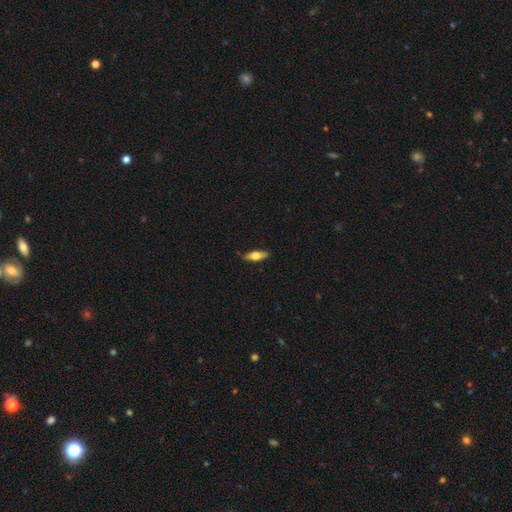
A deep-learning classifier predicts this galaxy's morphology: A smooth galaxy with no disk features (58%) that is in between round and cigar-shaped (58%).

Vote fractions:
- Smooth or featured? smooth: 58% / featured or disk: 36% / star or artifact: 6%
- How rounded? in between: 58% / cigar-shaped: 40% / round: 3%
- Merging? none: 86% / minor disturbance: 11% / major disturbance: 2% / merger: 1%